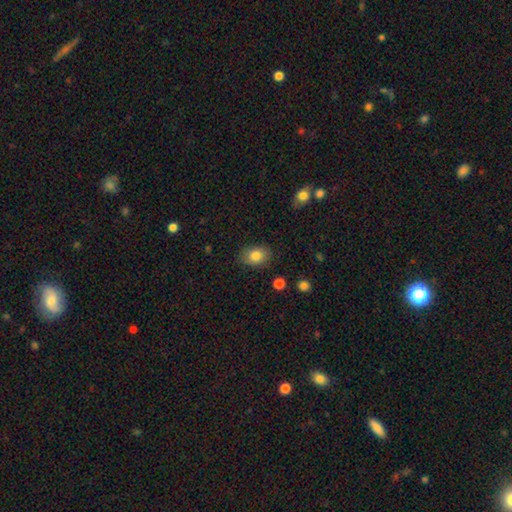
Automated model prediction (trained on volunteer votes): Smooth or featured? Predicted: smooth (p=0.82). How rounded? Predicted: in between (p=0.73). Merging? Predicted: none (p=0.82).